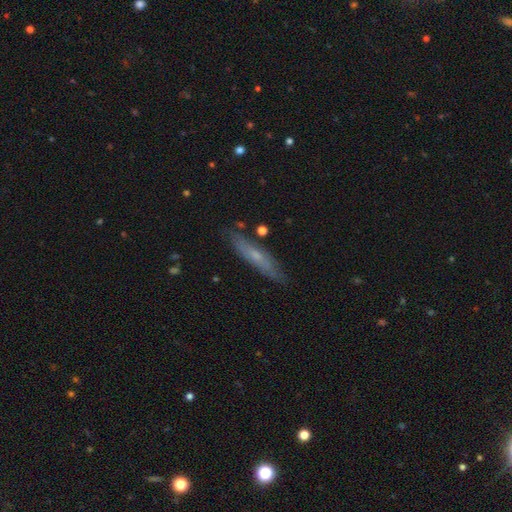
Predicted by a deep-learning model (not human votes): Q: Smooth or featured?
A: smooth (50%); runner-up: featured or disk (43%)
Q: Merging?
A: none (82%); runner-up: minor disturbance (13%)